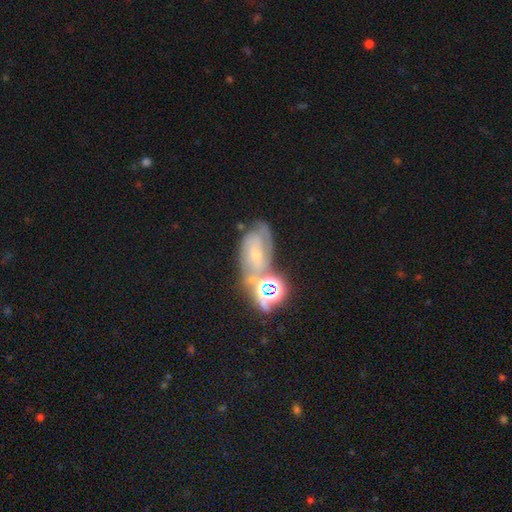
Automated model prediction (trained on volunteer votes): smooth_or_featured: featured or disk (p=0.52) [alt: star or artifact p=0.30]
disk_edge_on: no (p=0.94) [alt: yes p=0.06]
merging: none (p=0.46) [alt: merger p=0.23]